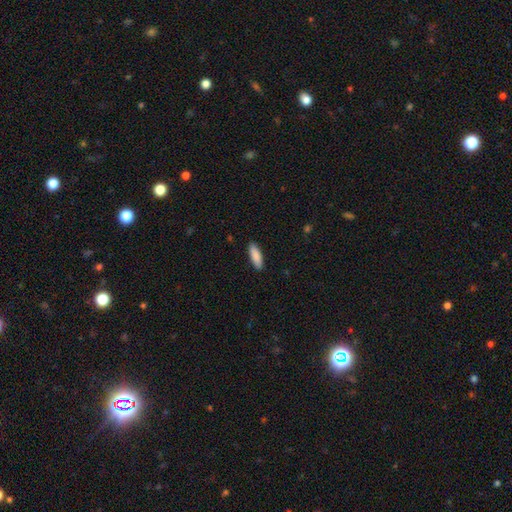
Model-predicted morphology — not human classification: smooth_or_featured: smooth (p=0.89) [alt: featured or disk p=0.06]
how_rounded: in between (p=0.54) [alt: cigar-shaped p=0.44]
merging: none (p=0.90) [alt: minor disturbance p=0.07]